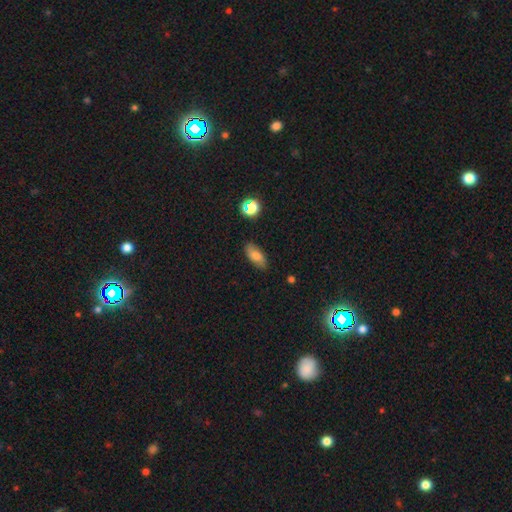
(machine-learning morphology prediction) This appears to be a smooth galaxy with no disk features (77%) that is in between round and cigar-shaped (85%). Merging: none (83%).